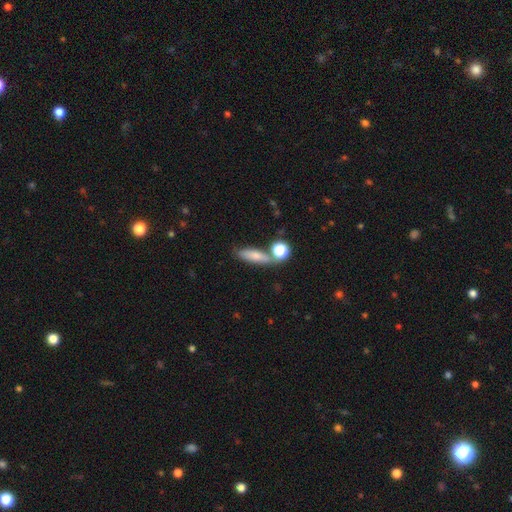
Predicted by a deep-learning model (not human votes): This is likely a smooth galaxy (72%). How rounded: possibly cigar-shaped (51%). Merging: likely none (62%).